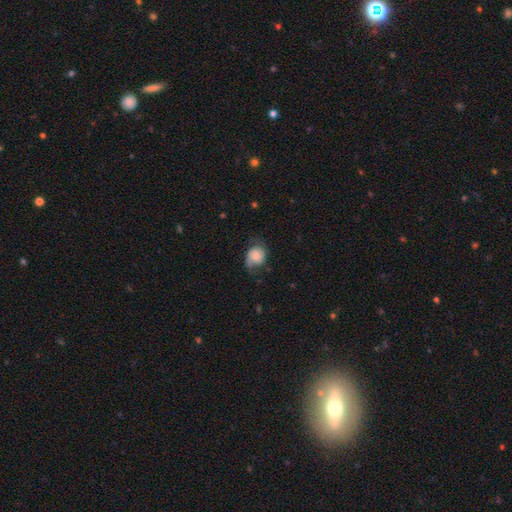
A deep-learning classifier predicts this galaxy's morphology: smooth-or-featured: smooth: 50% | featured or disk: 42% | star or artifact: 8%
  merging: none: 50% | minor disturbance: 31% | major disturbance: 18% | merger: 2%